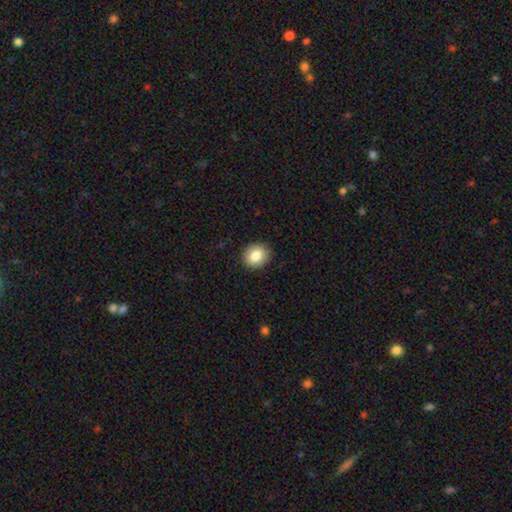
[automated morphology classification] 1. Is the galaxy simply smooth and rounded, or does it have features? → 84% smooth, 9% star or artifact, 8% featured or disk.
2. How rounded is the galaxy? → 68% round, 31% in between, 1% cigar-shaped.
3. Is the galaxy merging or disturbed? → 90% none, 7% minor disturbance, 2% major disturbance, 1% merger.